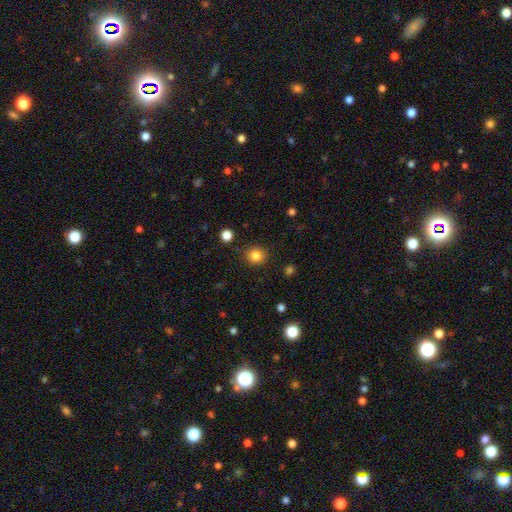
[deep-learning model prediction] smooth 83%, star or artifact 12%, featured or disk 5%. Down the decision tree: how rounded — round (89%); merging — none (88%).